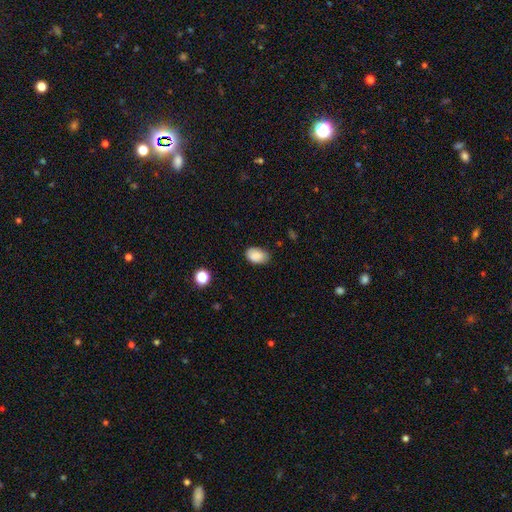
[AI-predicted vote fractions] Q: Smooth or featured?
A: smooth (87%); runner-up: star or artifact (8%)
Q: How rounded?
A: in between (87%); runner-up: round (12%)
Q: Merging?
A: none (74%); runner-up: minor disturbance (21%)